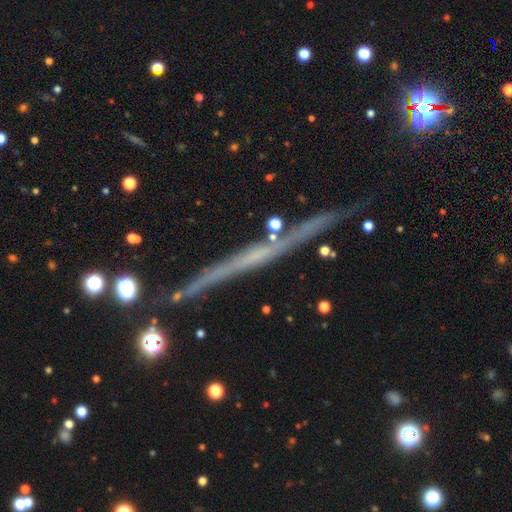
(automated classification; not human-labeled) featured or disk 64%, smooth 25%, star or artifact 11%. Down the decision tree: edge-on disk — yes (97%); edge-on bulge — none (85%); merging — none (85%).